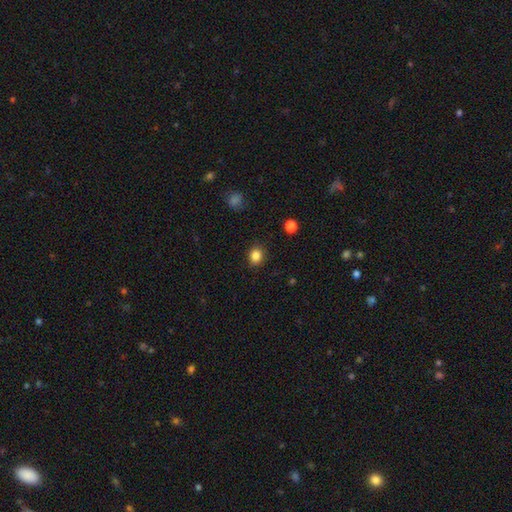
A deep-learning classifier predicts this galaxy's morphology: The model was most divided on "how rounded": round: 68%, in between: 31%, cigar-shaped: 1%. More confident: merging — none (88%); smooth or featured — smooth (85%).